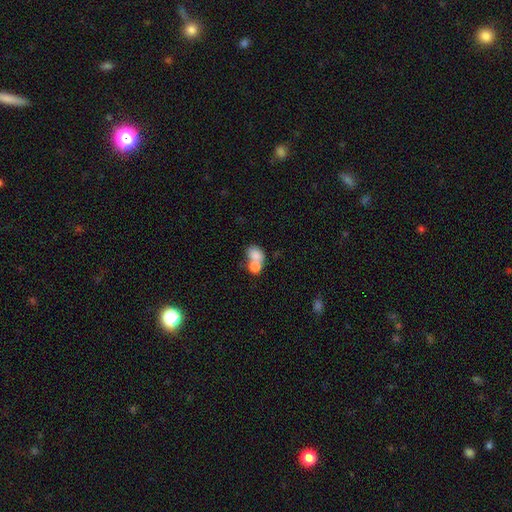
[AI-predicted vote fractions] Smooth or featured? smooth (78%)
How rounded? in between (55%)
Merging? merger (67%)